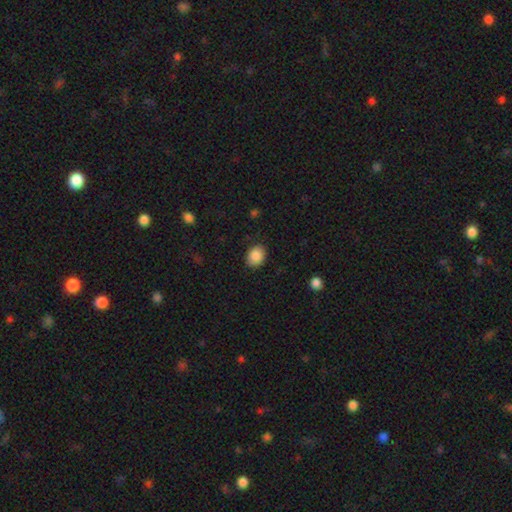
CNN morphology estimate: smooth-or-featured: smooth: 88% | star or artifact: 8% | featured or disk: 4%
  how-rounded: round: 50% | in between: 49% | cigar-shaped: 1%
  merging: none: 86% | minor disturbance: 10% | major disturbance: 2% | merger: 1%